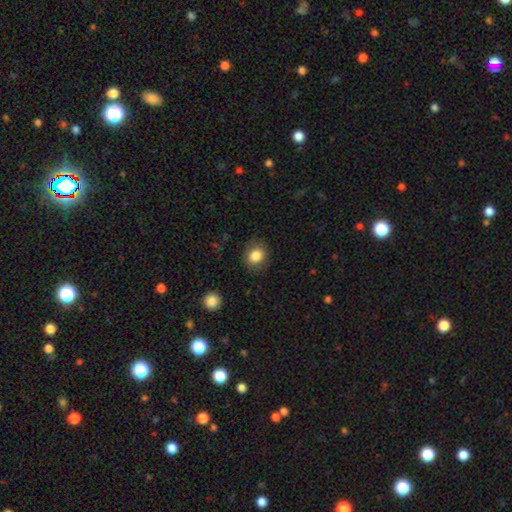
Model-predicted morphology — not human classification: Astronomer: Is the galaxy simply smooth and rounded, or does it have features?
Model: smooth — 85%.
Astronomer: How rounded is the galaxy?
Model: round — 71%.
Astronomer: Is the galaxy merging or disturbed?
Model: none — 83%.